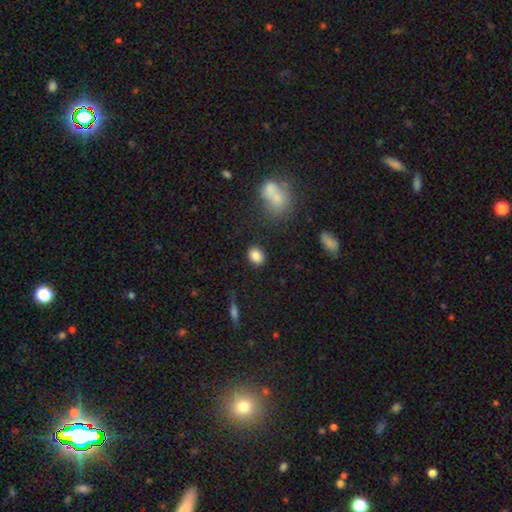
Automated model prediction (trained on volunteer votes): Smooth or featured? smooth (86%)
How rounded? in between (56%)
Merging? none (86%)